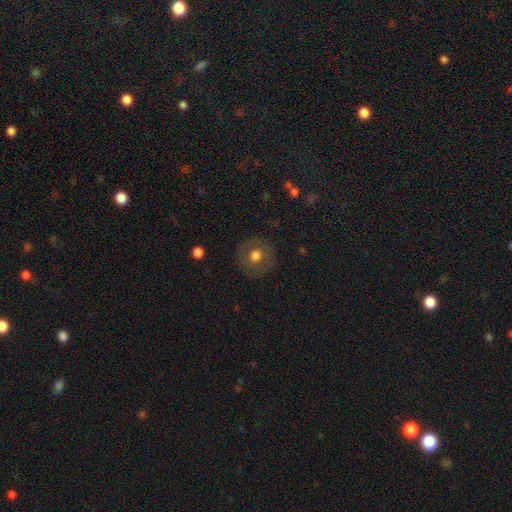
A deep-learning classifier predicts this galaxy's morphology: This appears to be a smooth galaxy with no disk features (63%) that is round (90%). Merging: none (85%).